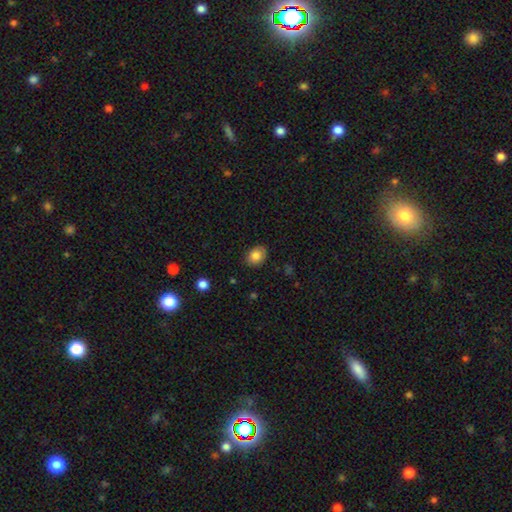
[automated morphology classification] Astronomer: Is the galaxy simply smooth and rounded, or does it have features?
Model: smooth — 83%.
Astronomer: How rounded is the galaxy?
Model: in between — 62%.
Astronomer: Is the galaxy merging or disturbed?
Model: none — 84%.